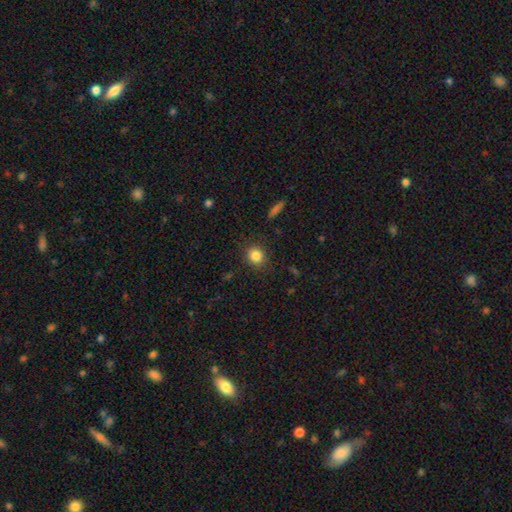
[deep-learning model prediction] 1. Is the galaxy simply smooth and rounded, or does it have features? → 83% smooth, 11% star or artifact, 6% featured or disk.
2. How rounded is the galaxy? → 79% round, 20% in between, 1% cigar-shaped.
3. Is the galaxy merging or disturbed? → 87% none, 9% minor disturbance, 3% major disturbance, 1% merger.